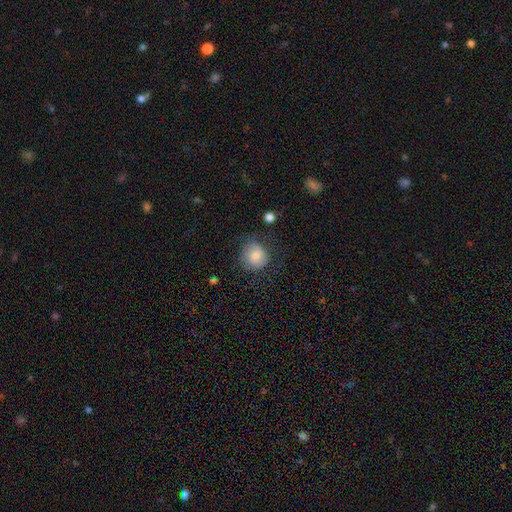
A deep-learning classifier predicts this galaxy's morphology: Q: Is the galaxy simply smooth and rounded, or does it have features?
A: smooth — 79%.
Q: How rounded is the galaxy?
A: round — 82%.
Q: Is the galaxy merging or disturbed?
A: none — 65%.